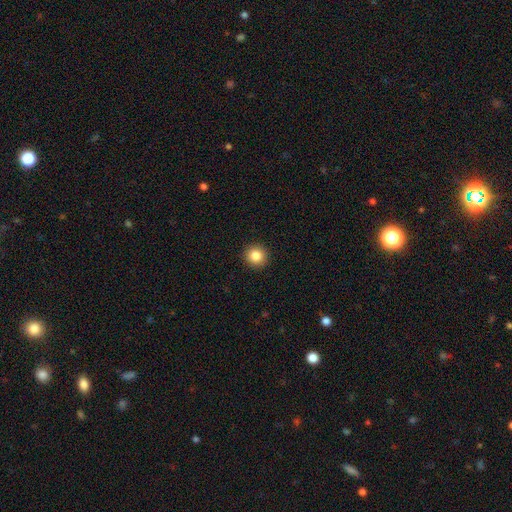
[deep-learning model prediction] Overall: smooth (84%). How rounded: round (94%). Merging: none (93%).